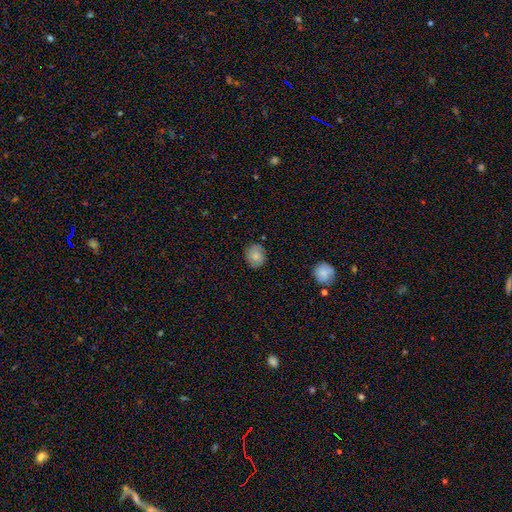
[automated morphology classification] smooth-or-featured: smooth: 71% | featured or disk: 20% | star or artifact: 9%
  how-rounded: round: 69% | in between: 30% | cigar-shaped: 1%
  merging: none: 82% | minor disturbance: 14% | major disturbance: 3% | merger: 1%